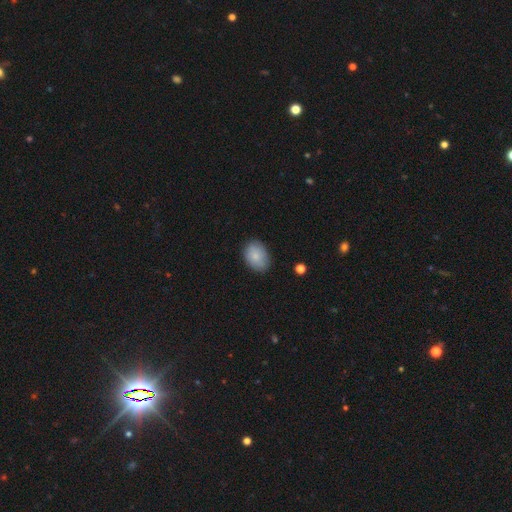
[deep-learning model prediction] Morphology: type=smooth (82%); roundness=in between (75%); merging=none (82%).